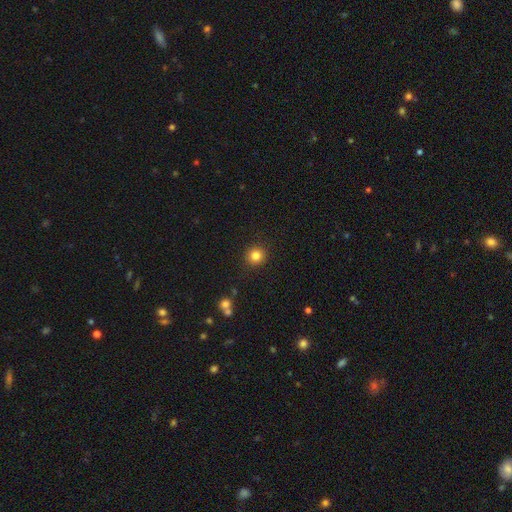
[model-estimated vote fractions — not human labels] Smooth or featured? Predicted: smooth (p=0.83). How rounded? Predicted: round (p=0.92). Merging? Predicted: none (p=0.91).